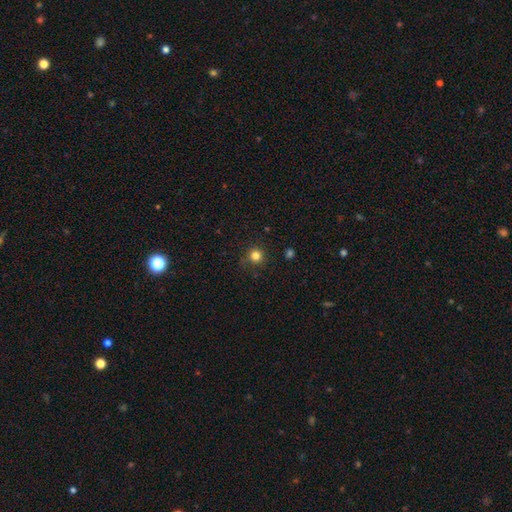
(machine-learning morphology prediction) A smooth galaxy with no disk features (82%) that is round (95%). Merging: none (87%).